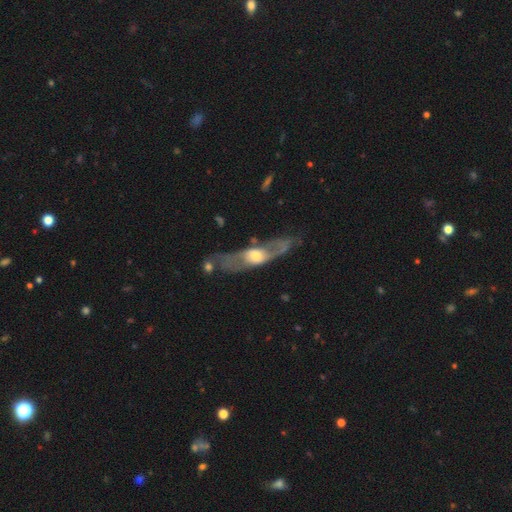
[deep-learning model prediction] This appears to be a featured or disk galaxy (72%). Merging: none (63%).